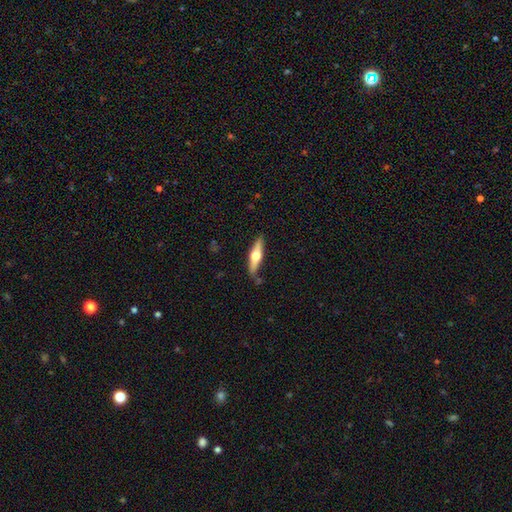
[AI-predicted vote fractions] Smooth or featured? Predicted: featured or disk (p=0.57). Edge-on disk? Predicted: yes (p=0.94). Edge-on bulge? Predicted: rounded (p=0.95). Merging? Predicted: none (p=0.80).